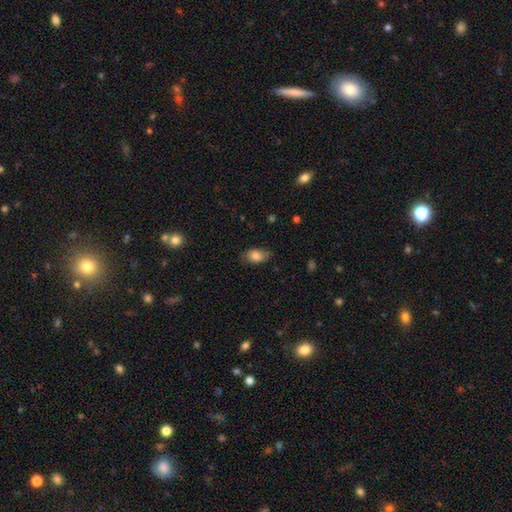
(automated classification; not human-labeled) Smooth or featured? Predicted: smooth (p=0.80). How rounded? Predicted: in between (p=0.88). Merging? Predicted: none (p=0.73).